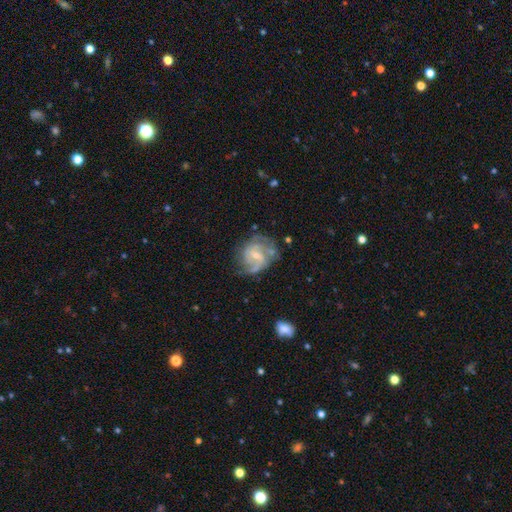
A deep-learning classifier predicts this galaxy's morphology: featured or disk 85%, smooth 10%, star or artifact 6%. Down the decision tree: edge-on disk — no (98%); bar — weak (53%); spiral arms — yes (95%); spiral arm count — 2 (51%); spiral winding — medium (49%); bulge size — small (62%); merging — none (61%).